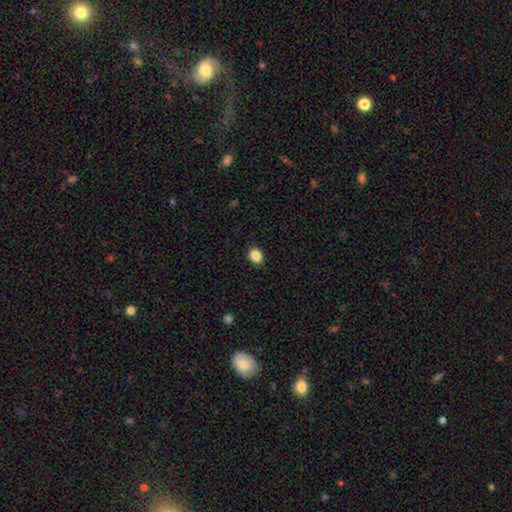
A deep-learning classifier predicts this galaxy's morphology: type=smooth (87%); roundness=round (56%); merging=none (91%).